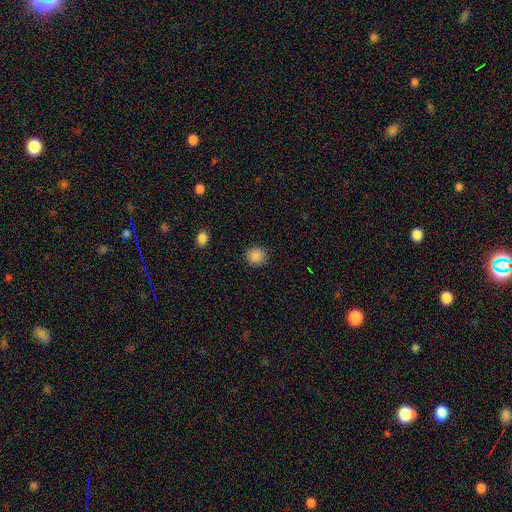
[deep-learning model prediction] Smooth or featured?
  - smooth: 88% *
  - star or artifact: 10%
  - featured or disk: 3%
How rounded?
  - round: 89% *
  - in between: 10%
  - cigar-shaped: 1%
Merging?
  - none: 89% *
  - minor disturbance: 7%
  - major disturbance: 2%
  - merger: 1%